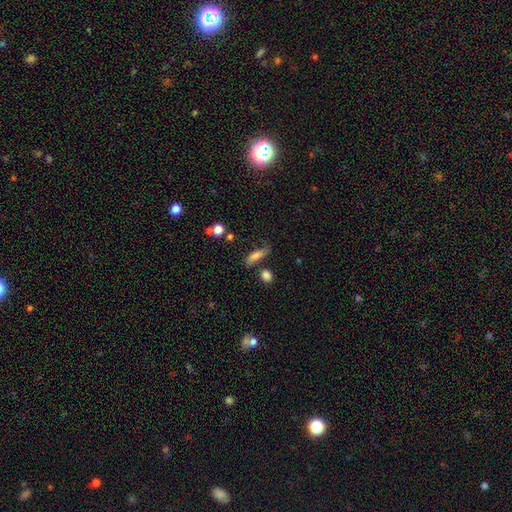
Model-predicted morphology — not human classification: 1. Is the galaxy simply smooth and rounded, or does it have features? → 70% smooth, 21% featured or disk, 9% star or artifact.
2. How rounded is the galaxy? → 57% in between, 38% cigar-shaped, 5% round.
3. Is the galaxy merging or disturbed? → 55% none, 26% minor disturbance, 12% major disturbance, 8% merger.